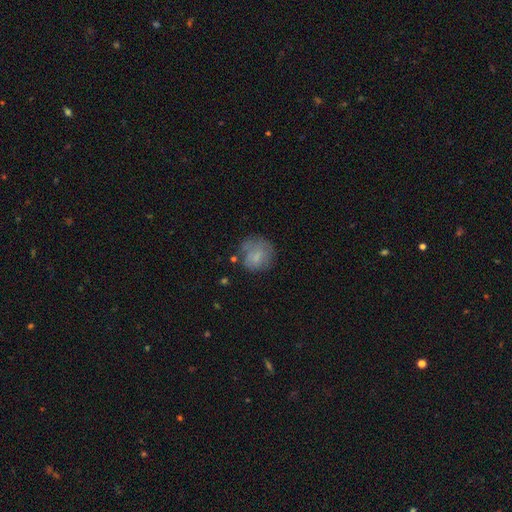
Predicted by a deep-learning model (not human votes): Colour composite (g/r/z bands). It shows a smooth galaxy with no disk features (68%) that is round (76%). Merging: none (52%).